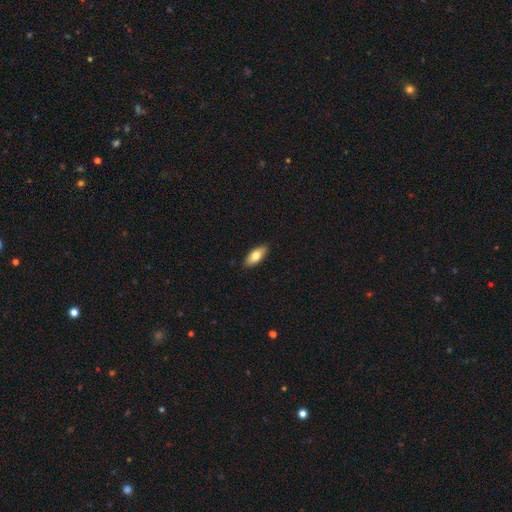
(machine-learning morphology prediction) Smooth or featured?
  - smooth: 77% *
  - featured or disk: 17%
  - star or artifact: 6%
How rounded?
  - in between: 83% *
  - cigar-shaped: 15%
  - round: 2%
Merging?
  - none: 89% *
  - minor disturbance: 8%
  - major disturbance: 2%
  - merger: 1%